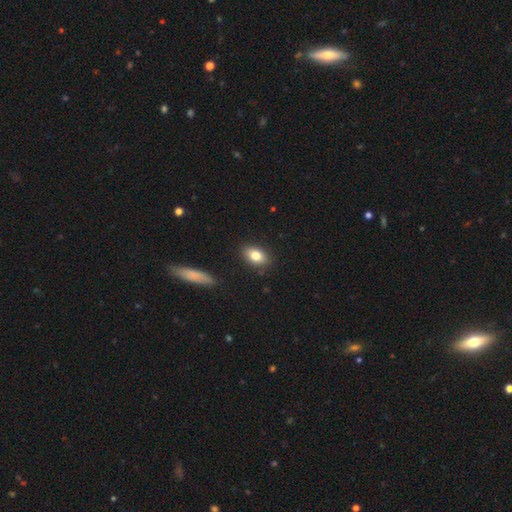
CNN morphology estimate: smooth-or-featured: smooth: 81% | featured or disk: 11% | star or artifact: 8%
  how-rounded: in between: 84% | round: 14% | cigar-shaped: 3%
  merging: none: 87% | minor disturbance: 9% | major disturbance: 2% | merger: 2%